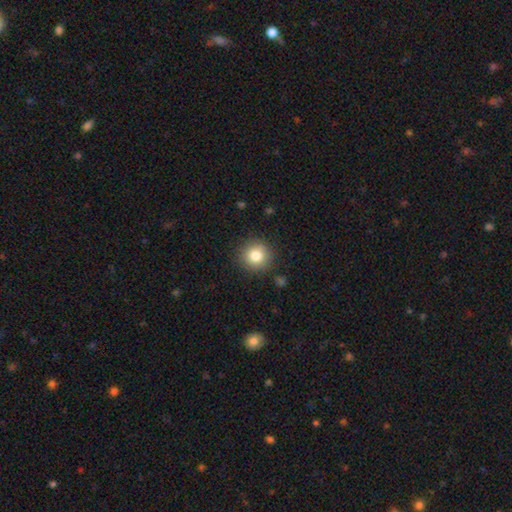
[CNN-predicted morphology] A smooth galaxy with no disk features (81%) that is round (93%). Merging: none (89%).